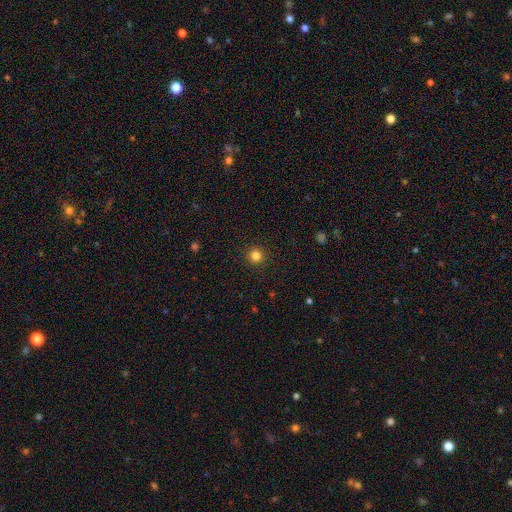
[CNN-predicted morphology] The model was most divided on "smooth or featured": smooth: 82%, star or artifact: 14%, featured or disk: 4%. More confident: how rounded — round (95%); merging — none (92%).